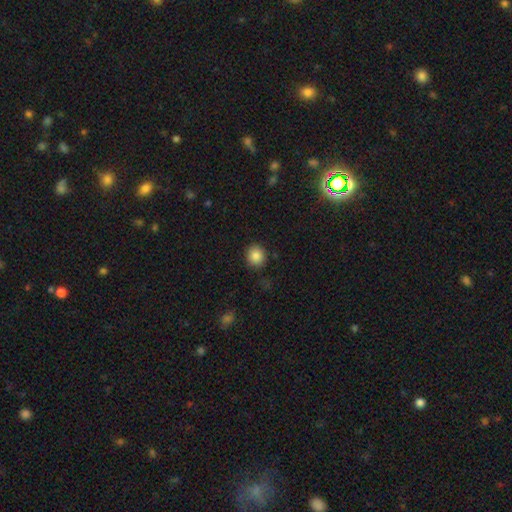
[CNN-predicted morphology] smooth 86%, star or artifact 10%, featured or disk 5%. Down the decision tree: how rounded — round (84%); merging — none (88%).